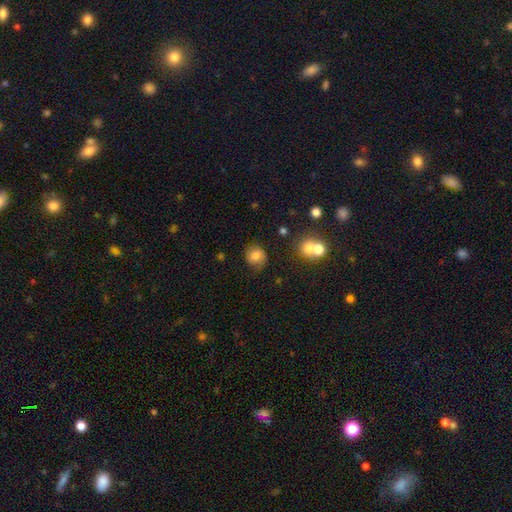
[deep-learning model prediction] Overall: smooth (72%). How rounded: round (81%). Merging: none (68%).